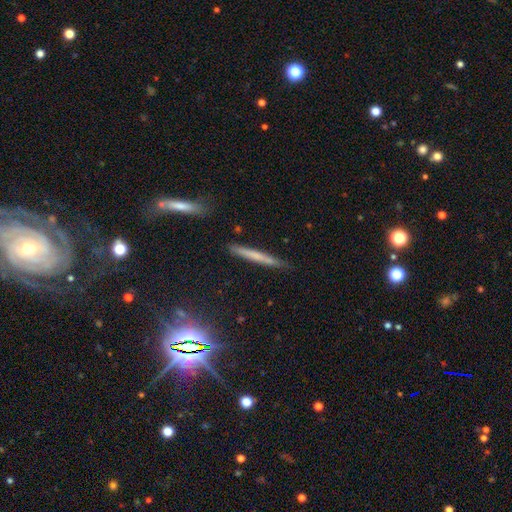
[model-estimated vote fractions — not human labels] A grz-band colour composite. It shows a smooth galaxy with no disk features (57%) that is cigar-shaped (96%). Merging: none (84%).